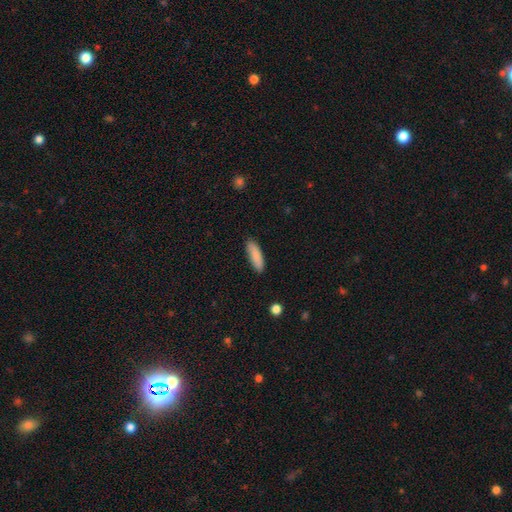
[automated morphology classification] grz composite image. It shows a smooth galaxy with no disk features (87%) that is cigar-shaped (55%). Merging: none (87%).